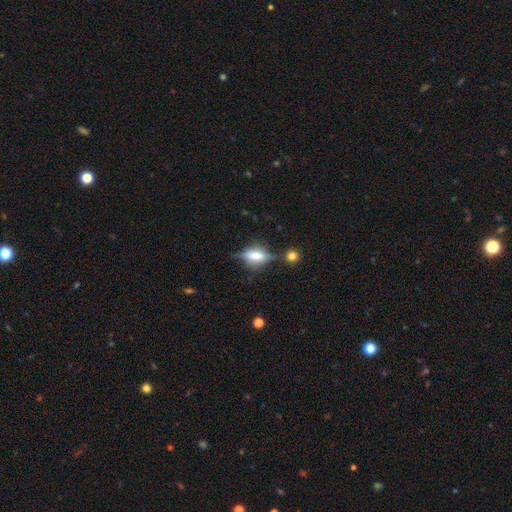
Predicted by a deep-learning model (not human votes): A featured or disk galaxy (55%) viewed edge-on (87%).

Vote fractions:
- Smooth or featured? featured or disk: 55% / smooth: 35% / star or artifact: 10%
- Edge-on disk? yes: 87% / no: 13%
- Merging? none: 62% / minor disturbance: 21% / major disturbance: 10% / merger: 6%